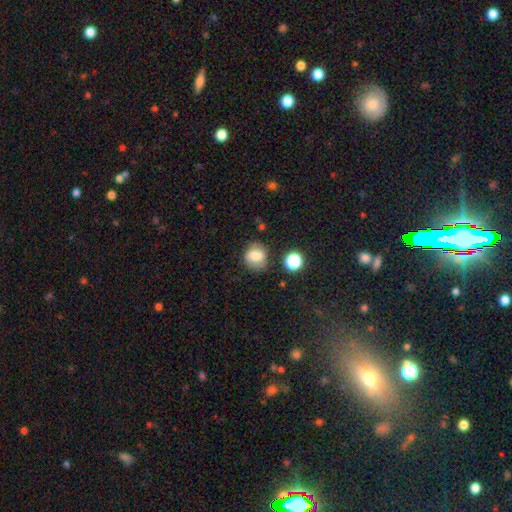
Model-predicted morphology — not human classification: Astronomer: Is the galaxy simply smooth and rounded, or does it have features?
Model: smooth — 74%.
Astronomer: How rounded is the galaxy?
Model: round — 71%.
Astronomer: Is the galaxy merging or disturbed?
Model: none — 69%.